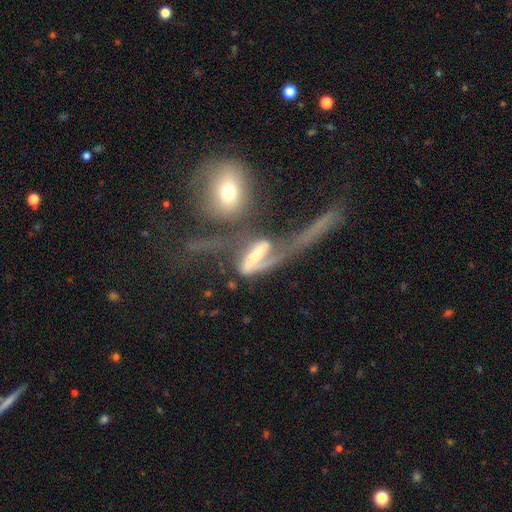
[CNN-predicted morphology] Smooth or featured?
  - featured or disk: 62% *
  - smooth: 28%
  - star or artifact: 9%
Edge-on disk?
  - no: 78% *
  - yes: 22%
Merging?
  - merger: 40% *
  - major disturbance: 34%
  - none: 16%
  - minor disturbance: 10%